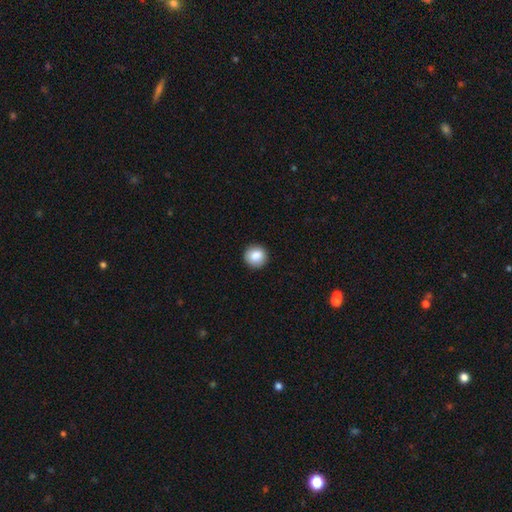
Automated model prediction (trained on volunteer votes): smooth_or_featured: smooth (p=0.87) [alt: star or artifact p=0.08]
how_rounded: round (p=0.93) [alt: in between p=0.06]
merging: none (p=0.91) [alt: minor disturbance p=0.07]